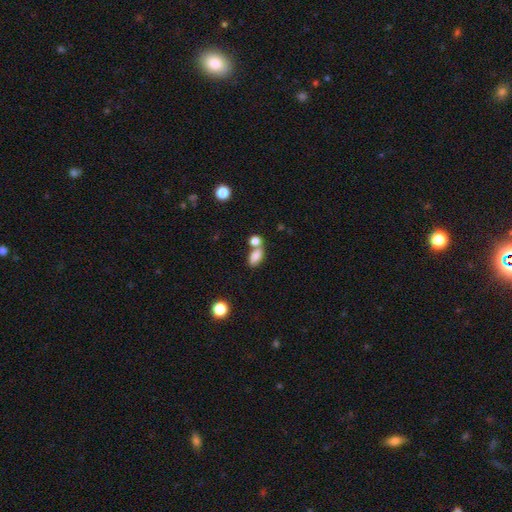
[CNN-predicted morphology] smooth 83%, star or artifact 9%, featured or disk 8%. Down the decision tree: how rounded — in between (86%); merging — merger (44%).